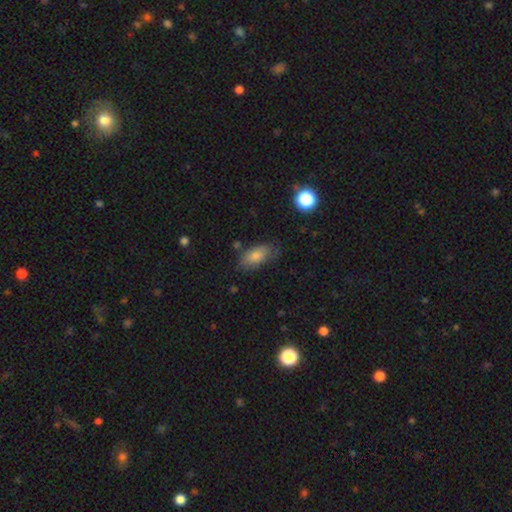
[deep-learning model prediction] smooth 78%, featured or disk 12%, star or artifact 10%. Down the decision tree: how rounded — in between (87%); merging — none (72%).